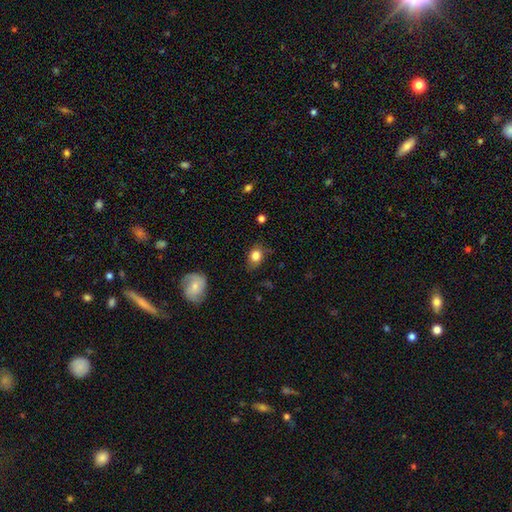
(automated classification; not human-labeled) Smooth or featured? Predicted: smooth (p=0.82). How rounded? Predicted: in between (p=0.60). Merging? Predicted: none (p=0.72).